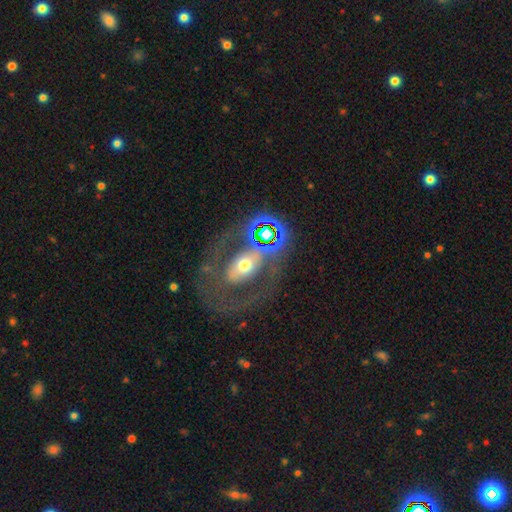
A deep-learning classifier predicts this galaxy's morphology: Q: Smooth or featured?
A: featured or disk (67%); runner-up: smooth (21%)
Q: Edge-on disk?
A: no (92%); runner-up: yes (8%)
Q: Bar?
A: no (43%); runner-up: strong (31%)
Q: Spiral arms?
A: no (55%); runner-up: yes (45%)
Q: Bulge size?
A: moderate (63%); runner-up: small (25%)
Q: Merging?
A: none (59%); runner-up: major disturbance (17%)